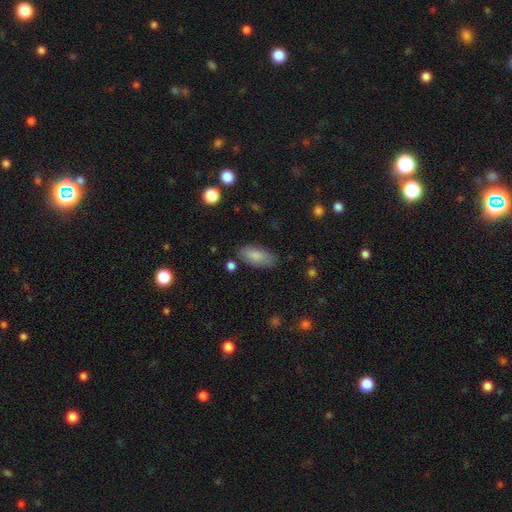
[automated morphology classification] Q: Smooth or featured?
A: smooth (86%); runner-up: featured or disk (8%)
Q: How rounded?
A: in between (84%); runner-up: cigar-shaped (14%)
Q: Merging?
A: none (80%); runner-up: minor disturbance (14%)